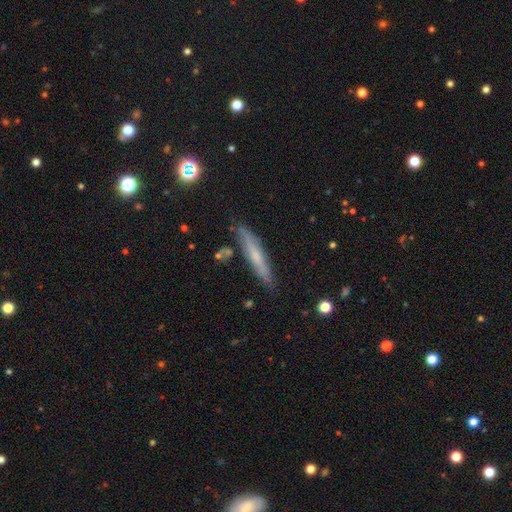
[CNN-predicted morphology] Smooth or featured: smooth — 50% (featured or disk — 42%)
How rounded: cigar-shaped — 93% (in between — 6%)
Merging: none — 82% (minor disturbance — 13%)